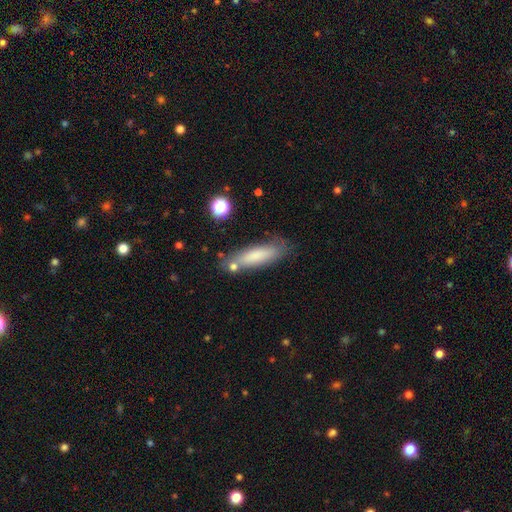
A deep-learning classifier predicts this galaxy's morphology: This appears to be a smooth galaxy with no disk features (77%) that is cigar-shaped (61%). Merging: none (70%).